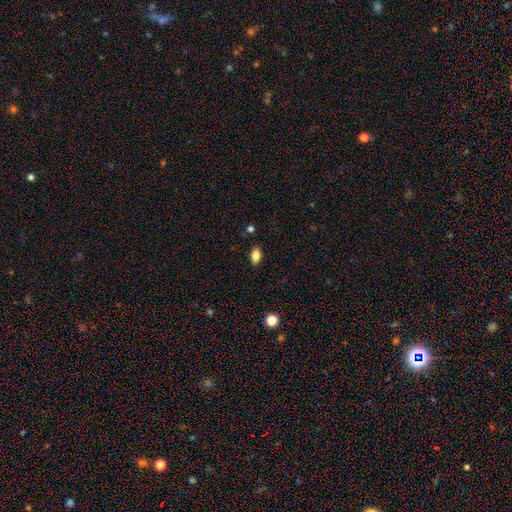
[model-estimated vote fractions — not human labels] Smooth or featured?
  - smooth: 82% *
  - featured or disk: 9%
  - star or artifact: 9%
How rounded?
  - in between: 89% *
  - round: 6%
  - cigar-shaped: 4%
Merging?
  - none: 87% *
  - minor disturbance: 9%
  - major disturbance: 2%
  - merger: 2%